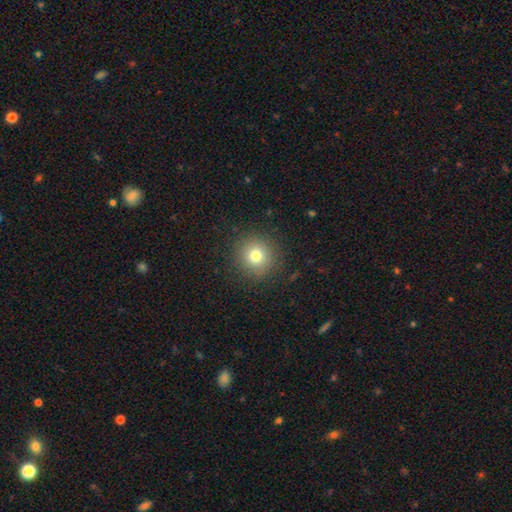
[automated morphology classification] Overall: smooth (76%). How rounded: round (94%). Merging: none (88%).